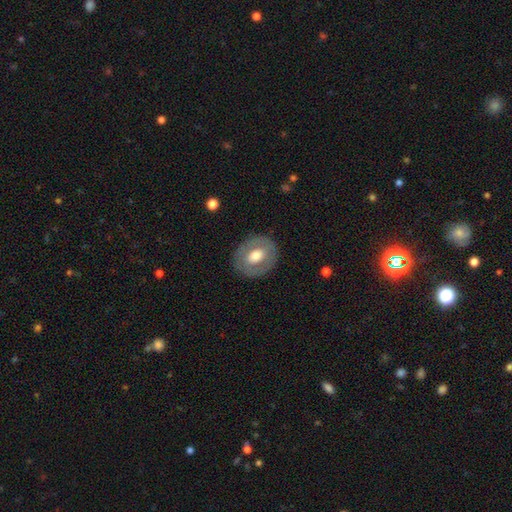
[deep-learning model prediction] A smooth galaxy with no disk features (52%) that is round (54%). Merging: none (84%).